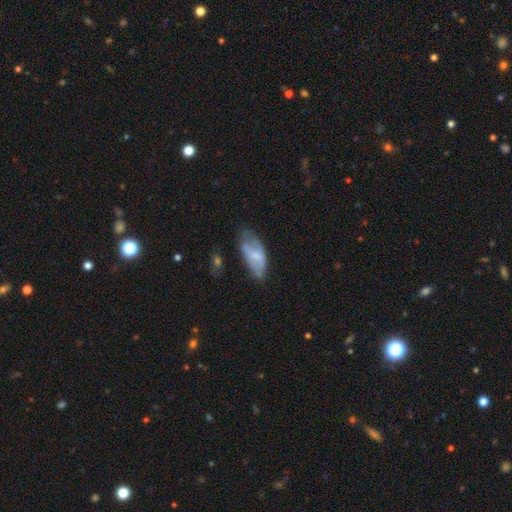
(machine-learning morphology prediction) Smooth or featured? smooth (56%)
How rounded? in between (89%)
Merging? none (46%)